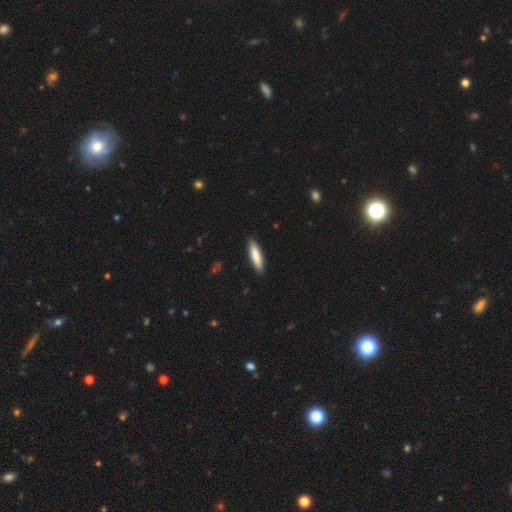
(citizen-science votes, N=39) smooth-or-featured: smooth: 79% | featured or disk: 15% | star or artifact: 5%
  how-rounded: cigar-shaped: 84% | in between: 16% | round: 0%
  merging: none: 97% | minor disturbance: 3% | major disturbance: 0% | merger: 0%